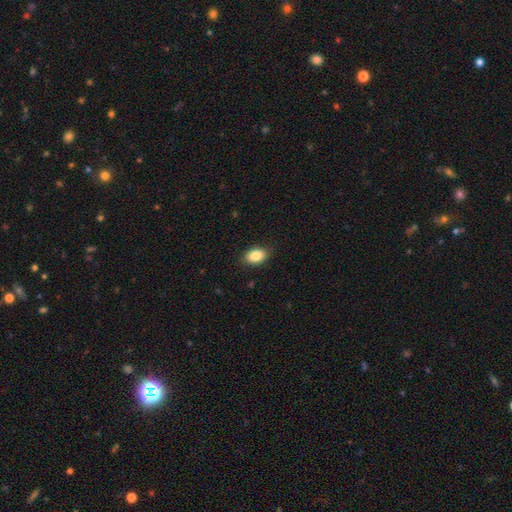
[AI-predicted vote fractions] The model was most divided on "how rounded": in between: 86%, round: 12%, cigar-shaped: 1%. More confident: merging — none (87%); smooth or featured — smooth (86%).